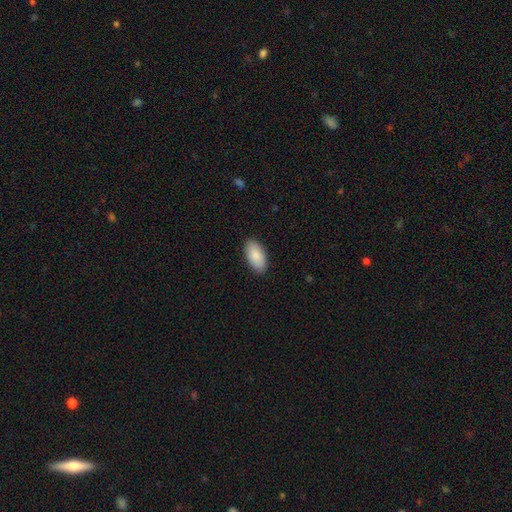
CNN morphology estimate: Smooth or featured?
  - smooth: 89% *
  - featured or disk: 5%
  - star or artifact: 5%
How rounded?
  - in between: 95% *
  - cigar-shaped: 3%
  - round: 2%
Merging?
  - none: 89% *
  - minor disturbance: 8%
  - major disturbance: 2%
  - merger: 1%